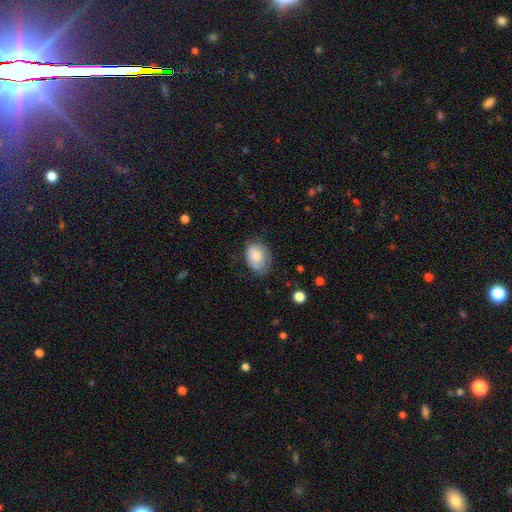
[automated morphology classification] Smooth or featured?
  - smooth: 78% *
  - featured or disk: 15%
  - star or artifact: 7%
How rounded?
  - in between: 76% *
  - round: 23%
  - cigar-shaped: 1%
Merging?
  - none: 56% *
  - minor disturbance: 32%
  - major disturbance: 10%
  - merger: 2%